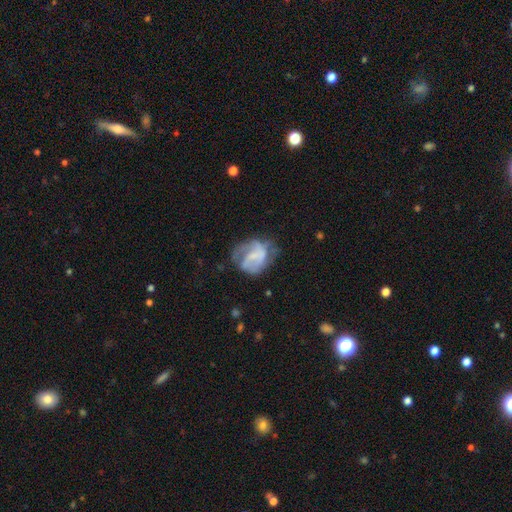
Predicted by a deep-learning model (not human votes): Morphology: type=featured or disk (64%); edge-on=no (98%); bar=no (50%); spiral arms=yes (75%); bulge=none (48%); merging=none (42%).